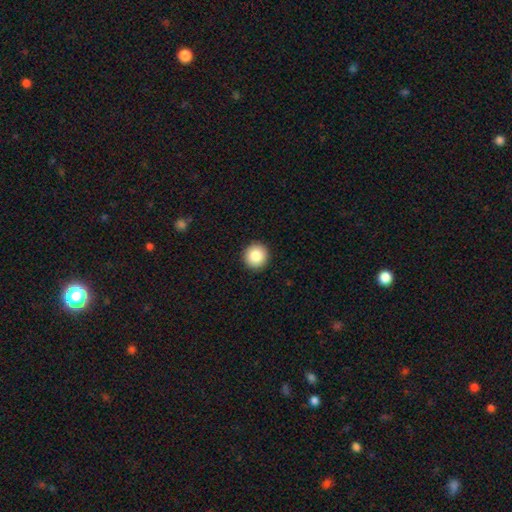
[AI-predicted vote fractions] A smooth galaxy with no disk features (85%) that is round (95%). Merging: none (93%).